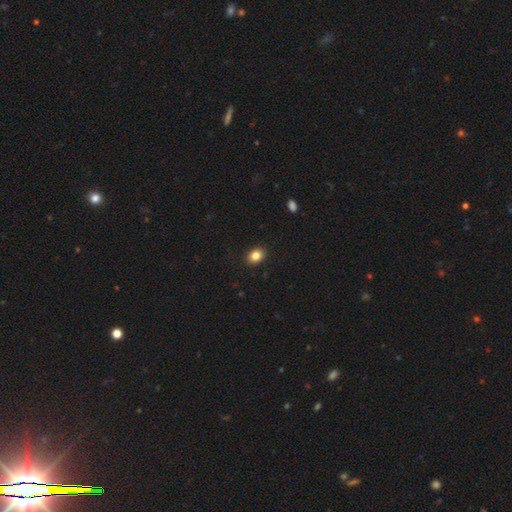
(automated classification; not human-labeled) Smooth or featured? Predicted: smooth (p=0.85). How rounded? Predicted: in between (p=0.61). Merging? Predicted: none (p=0.91).